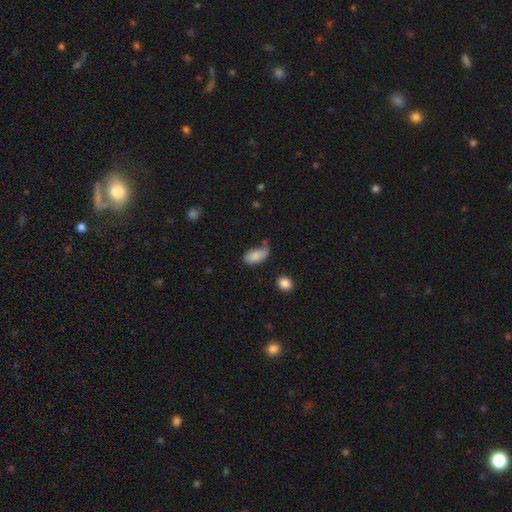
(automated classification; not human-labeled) Smooth or featured: smooth — 83% (featured or disk — 9%)
How rounded: in between — 93% (round — 4%)
Merging: none — 44% (minor disturbance — 35%)